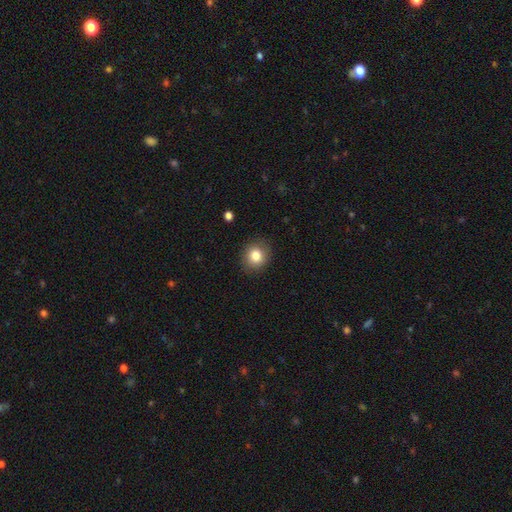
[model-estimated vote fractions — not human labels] Overall: smooth (82%). How rounded: round (80%). Merging: none (88%).